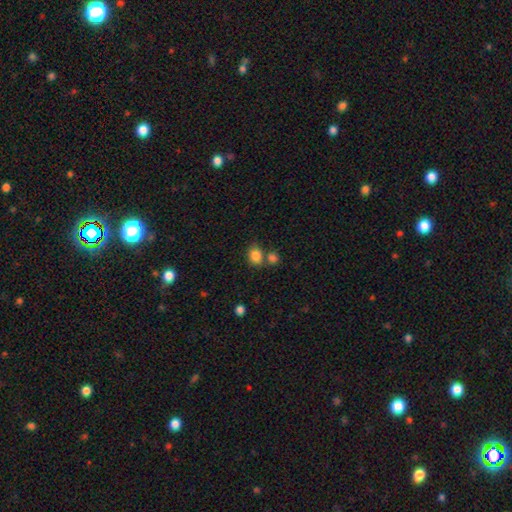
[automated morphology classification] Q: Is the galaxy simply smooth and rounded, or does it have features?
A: smooth — 84%.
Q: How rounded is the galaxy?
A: in between — 52%.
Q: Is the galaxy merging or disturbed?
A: none — 57%.